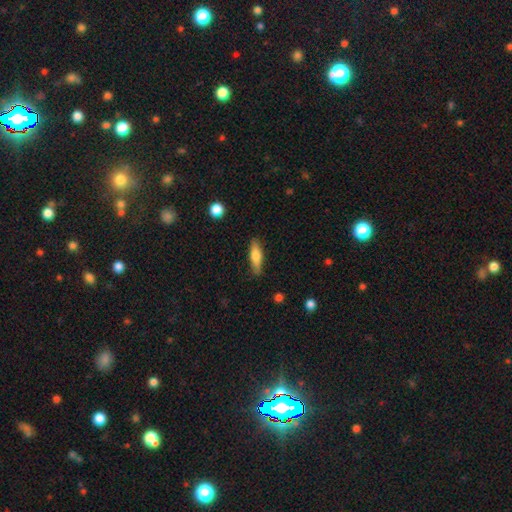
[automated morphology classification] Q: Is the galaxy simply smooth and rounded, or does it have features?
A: smooth — 65%.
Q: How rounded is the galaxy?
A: cigar-shaped — 62%.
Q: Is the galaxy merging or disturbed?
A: none — 85%.